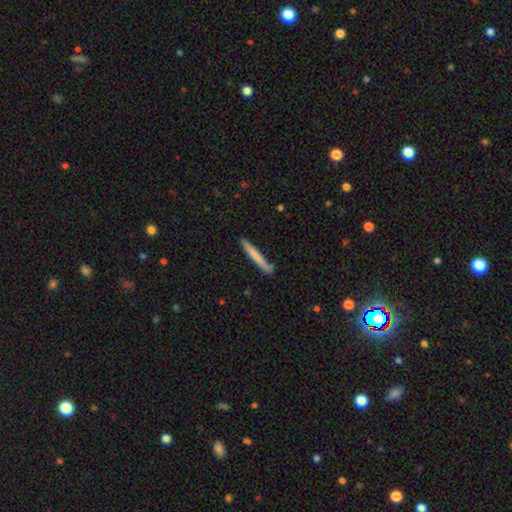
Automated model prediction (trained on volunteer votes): Morphology: type=smooth (71%); roundness=cigar-shaped (96%); merging=none (84%).